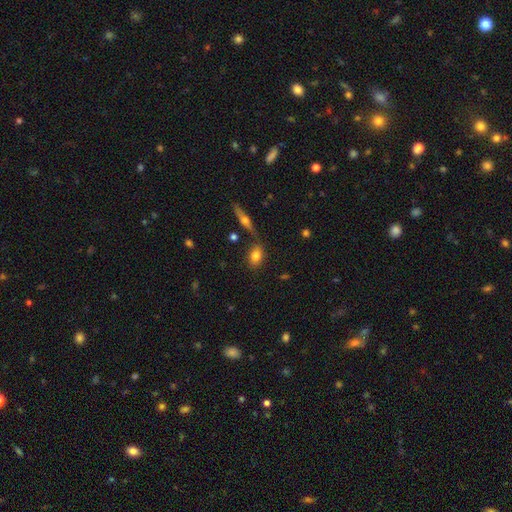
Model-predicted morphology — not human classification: A smooth galaxy with no disk features (77%) that is in between round and cigar-shaped (79%). Merging: none (74%).